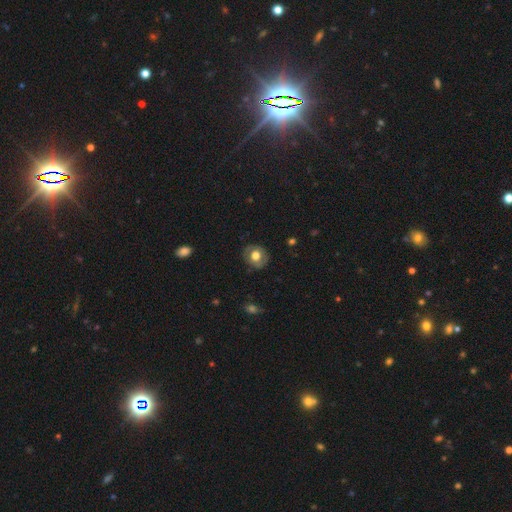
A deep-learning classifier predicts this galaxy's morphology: This appears to be a smooth galaxy with no disk features (59%) that is round (74%). Merging: none (82%).